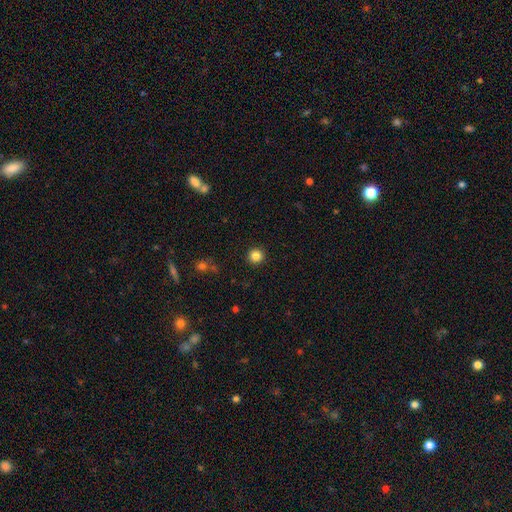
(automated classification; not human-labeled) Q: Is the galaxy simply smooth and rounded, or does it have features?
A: smooth — 85%.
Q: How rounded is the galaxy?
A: round — 95%.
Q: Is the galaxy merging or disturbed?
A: none — 92%.